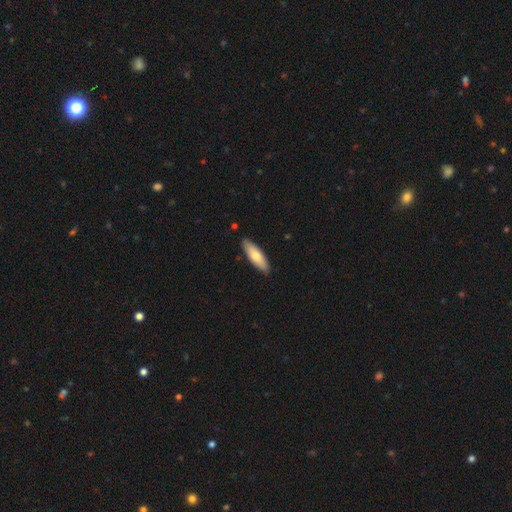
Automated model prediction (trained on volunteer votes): Smooth or featured: smooth — 71% (featured or disk — 24%)
How rounded: in between — 51% (cigar-shaped — 47%)
Merging: none — 88% (minor disturbance — 9%)